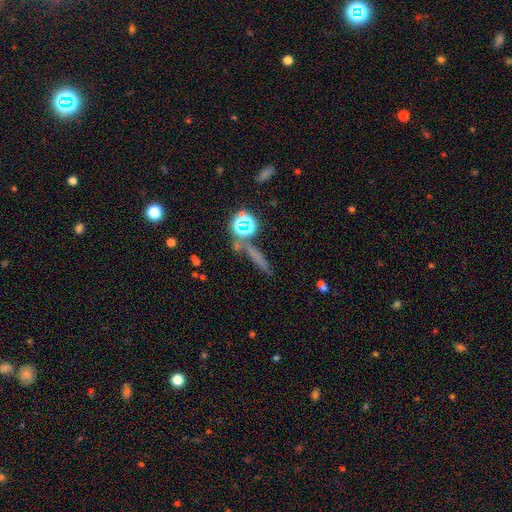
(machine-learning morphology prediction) The model was most divided on "smooth or featured": smooth: 45%, star or artifact: 36%, featured or disk: 19%. More confident: merging — none (69%).